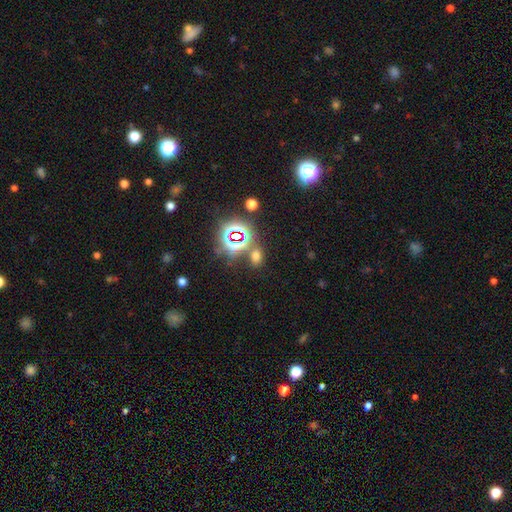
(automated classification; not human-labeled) Smooth or featured?
  - smooth: 54% *
  - star or artifact: 38%
  - featured or disk: 7%
How rounded?
  - in between: 65% *
  - round: 32%
  - cigar-shaped: 2%
Merging?
  - none: 74% *
  - merger: 11%
  - minor disturbance: 10%
  - major disturbance: 5%